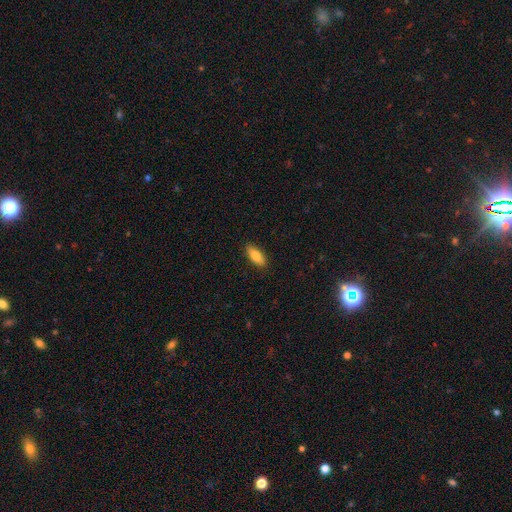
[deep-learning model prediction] Smooth or featured? Predicted: smooth (p=0.78). How rounded? Predicted: in between (p=0.74). Merging? Predicted: none (p=0.89).